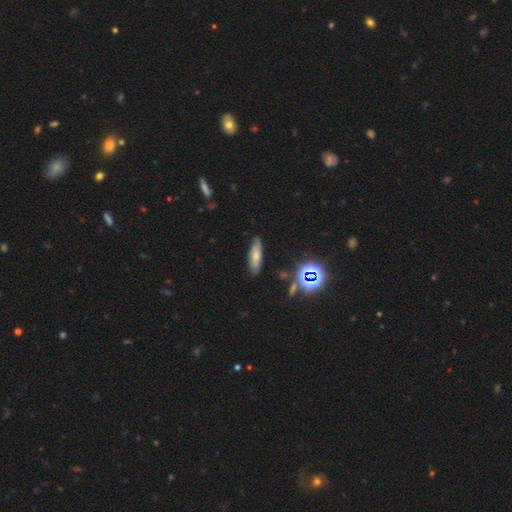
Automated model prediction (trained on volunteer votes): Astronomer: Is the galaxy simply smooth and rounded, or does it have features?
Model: smooth — 66%.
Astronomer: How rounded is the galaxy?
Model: cigar-shaped — 49% (runner-up: in between, 48%).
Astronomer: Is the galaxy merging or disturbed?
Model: none — 81%.